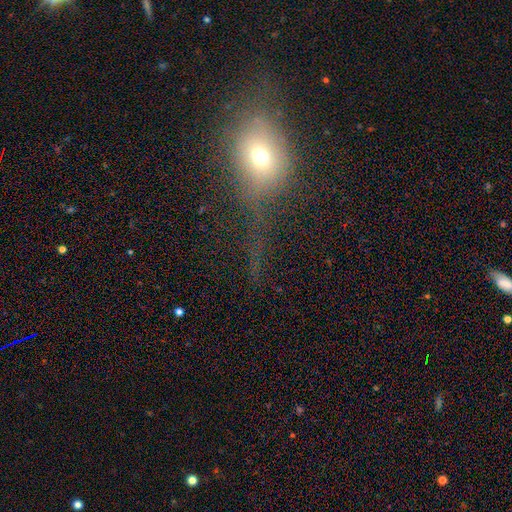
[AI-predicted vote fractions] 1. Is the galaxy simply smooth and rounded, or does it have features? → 45% smooth, 32% star or artifact, 23% featured or disk.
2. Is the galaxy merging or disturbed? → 50% none, 27% major disturbance, 19% minor disturbance, 5% merger.